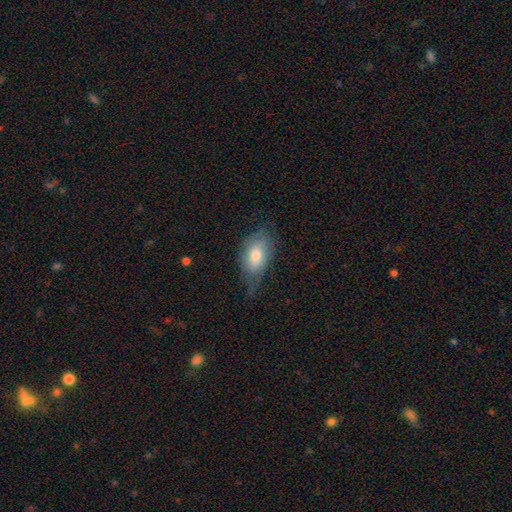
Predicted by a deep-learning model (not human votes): A smooth galaxy with no disk features (70%) that is in between round and cigar-shaped (90%). Merging: none (50%).